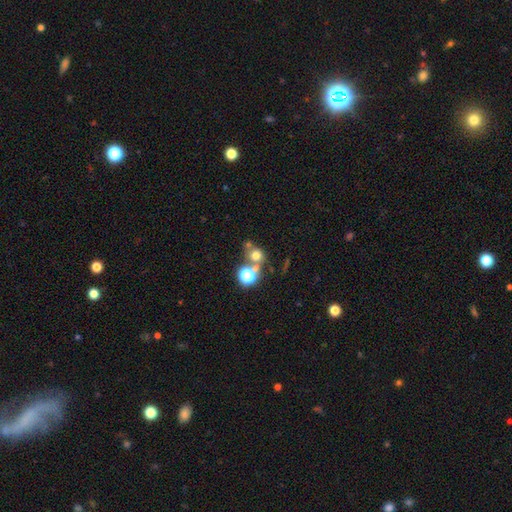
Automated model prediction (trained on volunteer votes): A smooth galaxy with no disk features (64%) that is round (79%).

Vote fractions:
- Smooth or featured? smooth: 64% / star or artifact: 23% / featured or disk: 13%
- How rounded? round: 79% / in between: 20% / cigar-shaped: 1%
- Merging? none: 51% / merger: 34% / minor disturbance: 9% / major disturbance: 6%